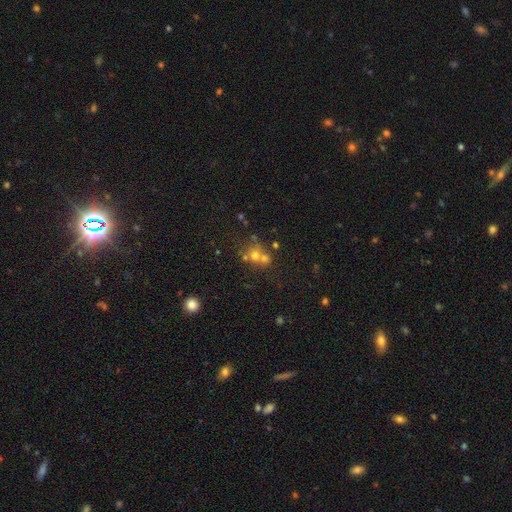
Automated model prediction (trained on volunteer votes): smooth 54%, star or artifact 26%, featured or disk 20%. Down the decision tree: how rounded — round (79%); merging — merger (44%, tied with none).